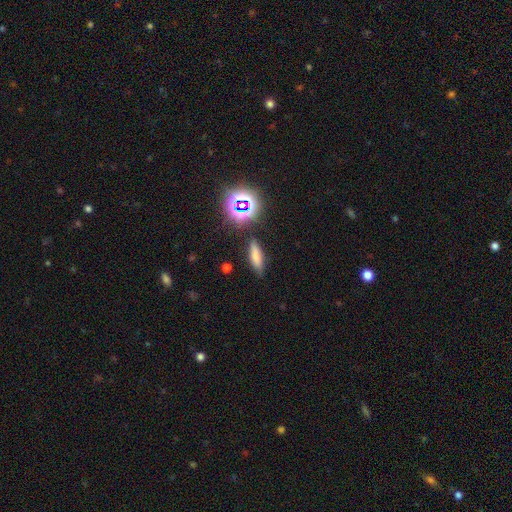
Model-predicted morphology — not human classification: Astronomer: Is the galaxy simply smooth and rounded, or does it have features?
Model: smooth — 68%.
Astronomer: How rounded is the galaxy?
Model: cigar-shaped — 59% (runner-up: in between, 35%).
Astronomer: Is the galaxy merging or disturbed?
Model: none — 82%.